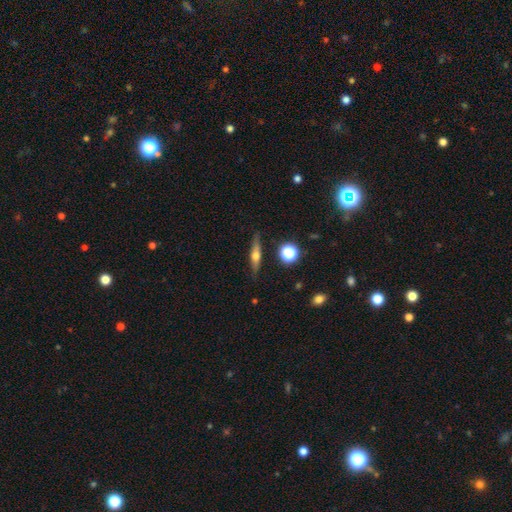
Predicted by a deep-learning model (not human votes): Smooth or featured: featured or disk — 58% (smooth — 34%)
Edge-on disk: yes — 94% (no — 6%)
Edge-on bulge: rounded — 92% (boxy — 4%)
Merging: none — 85% (minor disturbance — 11%)